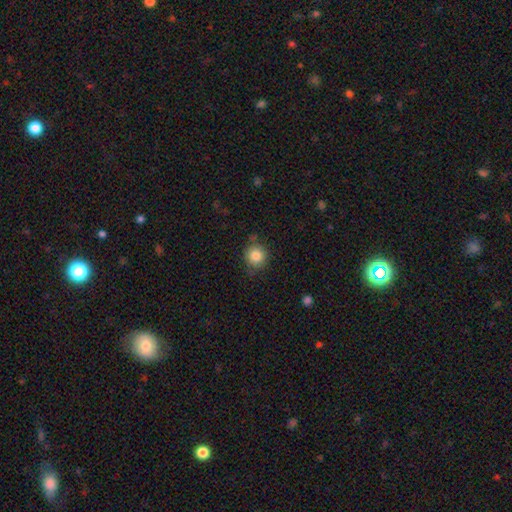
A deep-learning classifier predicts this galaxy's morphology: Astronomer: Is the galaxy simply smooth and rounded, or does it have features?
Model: smooth — 84%.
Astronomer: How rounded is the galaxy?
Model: round — 92%.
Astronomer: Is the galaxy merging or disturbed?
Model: none — 80%.